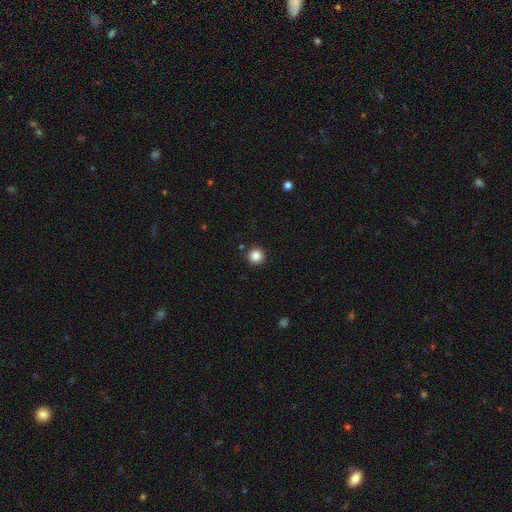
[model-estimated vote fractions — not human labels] Morphology: type=smooth (86%); roundness=round (96%); merging=none (92%).